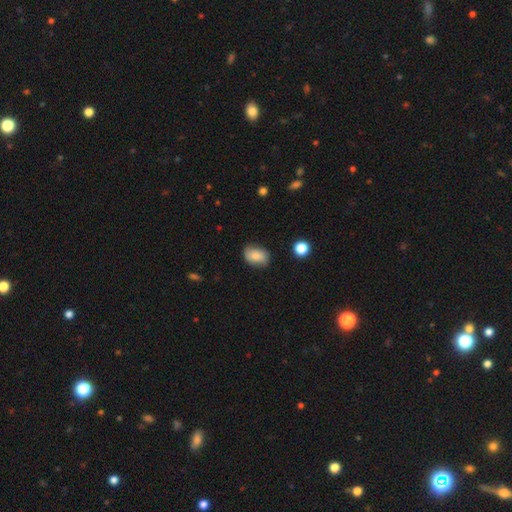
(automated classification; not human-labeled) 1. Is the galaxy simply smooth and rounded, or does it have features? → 78% smooth, 14% featured or disk, 8% star or artifact.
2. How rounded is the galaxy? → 81% in between, 17% round, 1% cigar-shaped.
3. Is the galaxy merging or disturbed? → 76% none, 19% minor disturbance, 4% major disturbance, 1% merger.